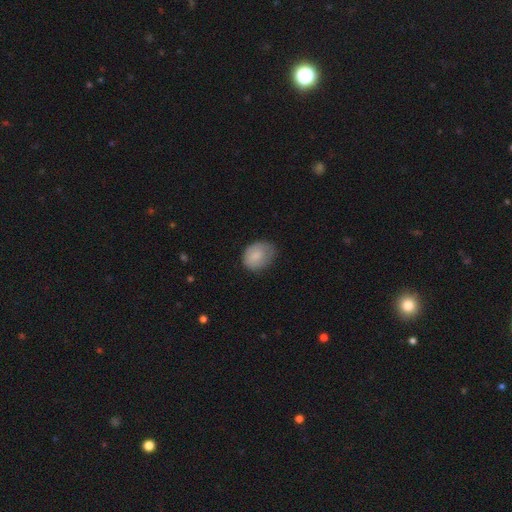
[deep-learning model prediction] Smooth or featured? smooth (79%)
How rounded? in between (61%)
Merging? none (60%)